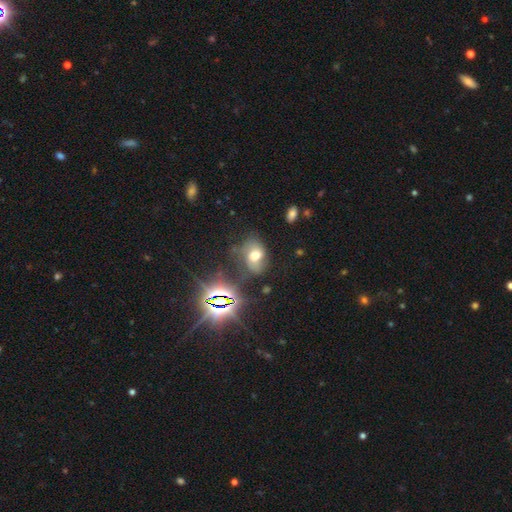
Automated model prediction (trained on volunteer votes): smooth_or_featured: smooth (p=0.47) [alt: featured or disk p=0.31]
merging: none (p=0.48) [alt: minor disturbance p=0.26]